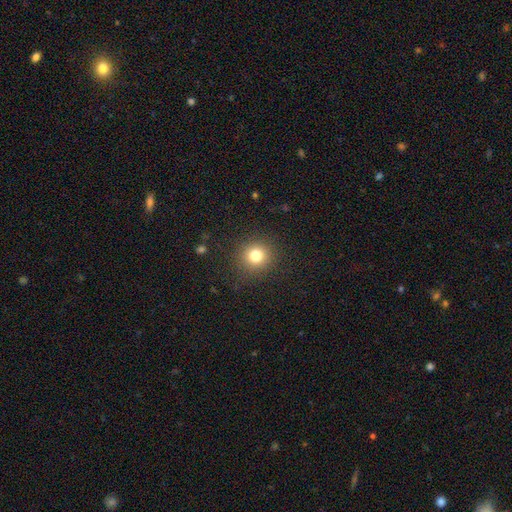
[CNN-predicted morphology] Smooth or featured? Predicted: smooth (p=0.79). How rounded? Predicted: round (p=0.91). Merging? Predicted: none (p=0.89).